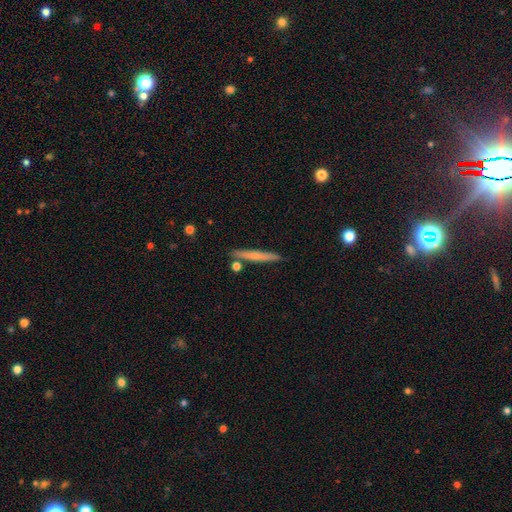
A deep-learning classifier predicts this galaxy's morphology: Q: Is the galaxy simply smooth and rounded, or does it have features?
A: smooth — 54%.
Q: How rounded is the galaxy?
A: cigar-shaped — 95%.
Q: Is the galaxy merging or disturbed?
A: none — 85%.